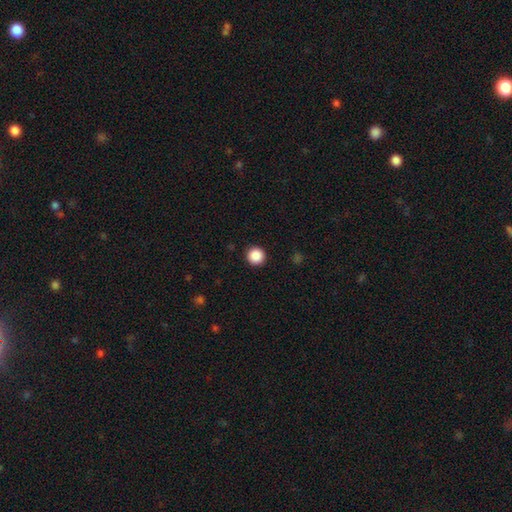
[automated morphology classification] smooth_or_featured: smooth (p=0.88) [alt: star or artifact p=0.09]
how_rounded: round (p=0.96) [alt: in between p=0.03]
merging: none (p=0.93) [alt: minor disturbance p=0.05]